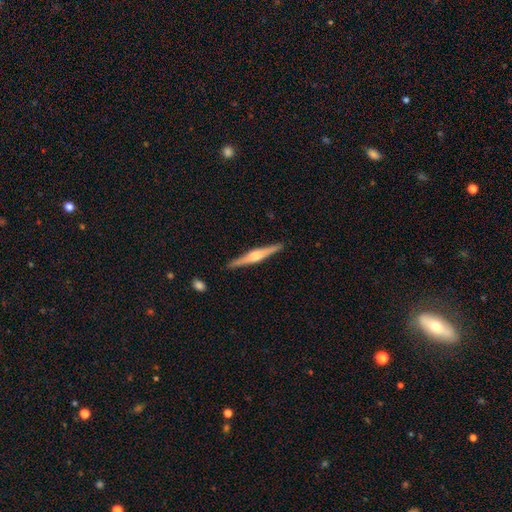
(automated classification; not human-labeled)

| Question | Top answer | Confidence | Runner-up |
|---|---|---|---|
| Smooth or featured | featured or disk | 76% | smooth (19%) |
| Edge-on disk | yes | 98% | no (2%) |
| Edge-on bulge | rounded | 86% | boxy (11%) |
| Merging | none | 91% | minor disturbance (7%) |